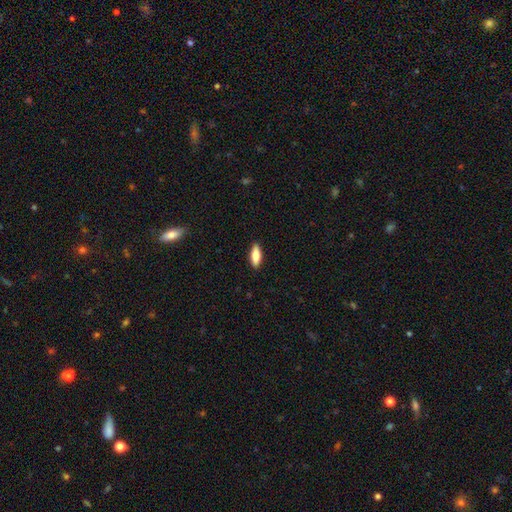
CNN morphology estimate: Smooth or featured? smooth (77%)
How rounded? in between (68%)
Merging? none (90%)